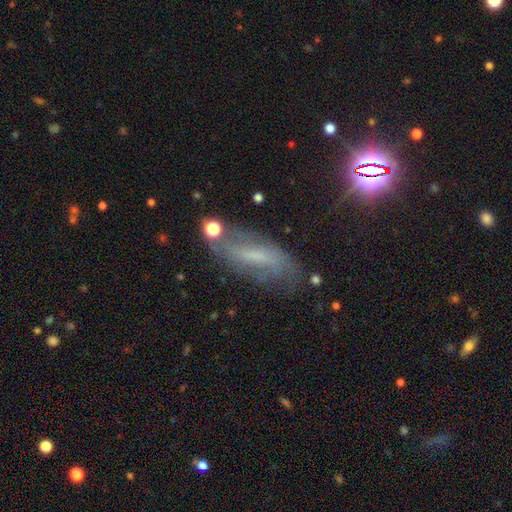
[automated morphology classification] Smooth or featured?
  - featured or disk: 49% *
  - smooth: 34%
  - star or artifact: 17%
Merging?
  - none: 62% *
  - minor disturbance: 22%
  - major disturbance: 10%
  - merger: 5%